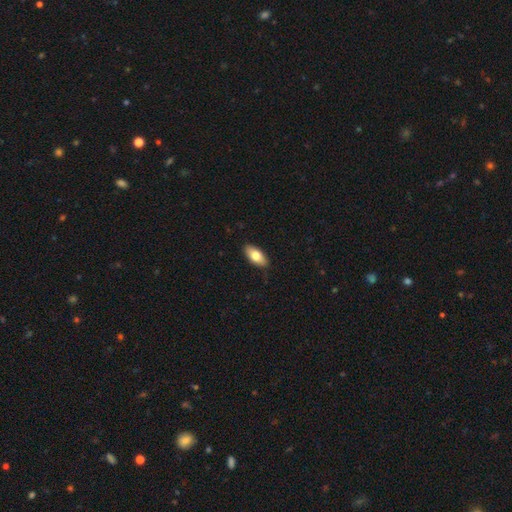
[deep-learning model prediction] Smooth or featured: smooth — 75% (featured or disk — 19%)
How rounded: in between — 90% (cigar-shaped — 7%)
Merging: none — 88% (minor disturbance — 9%)